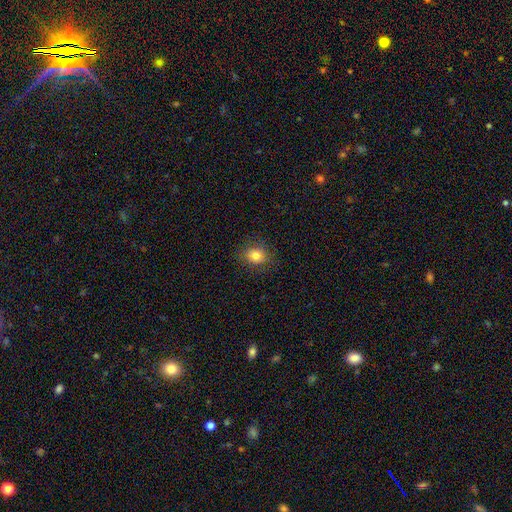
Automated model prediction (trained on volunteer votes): Smooth or featured?
  - smooth: 71% *
  - star or artifact: 19%
  - featured or disk: 10%
How rounded?
  - round: 64% *
  - in between: 34%
  - cigar-shaped: 2%
Merging?
  - none: 81% *
  - minor disturbance: 12%
  - major disturbance: 4%
  - merger: 3%